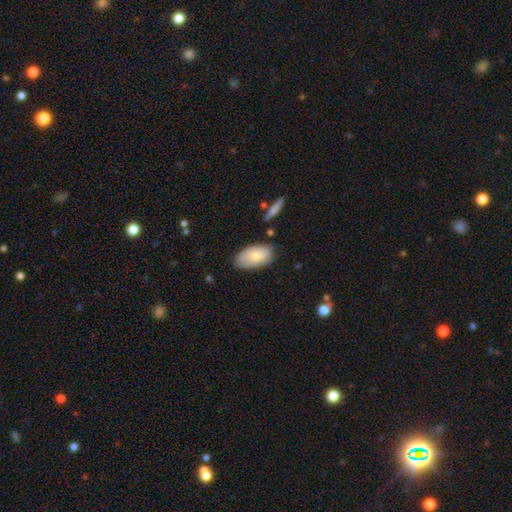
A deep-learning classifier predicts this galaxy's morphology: A smooth galaxy with no disk features (78%) that is in between round and cigar-shaped (94%).

Vote fractions:
- Smooth or featured? smooth: 78% / featured or disk: 16% / star or artifact: 6%
- How rounded? in between: 94% / round: 3% / cigar-shaped: 2%
- Merging? none: 75% / minor disturbance: 19% / major disturbance: 4% / merger: 3%